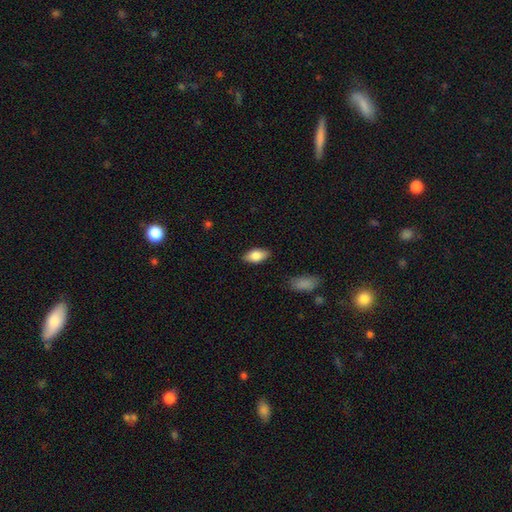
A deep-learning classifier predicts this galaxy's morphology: The model was most divided on "smooth or featured": smooth: 81%, featured or disk: 12%, star or artifact: 7%. More confident: how rounded — in between (91%); merging — none (87%).